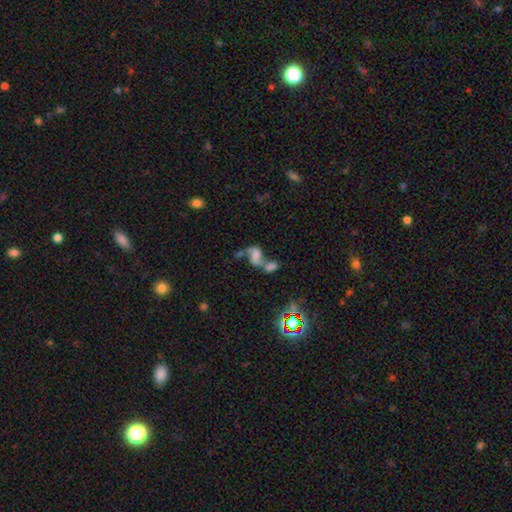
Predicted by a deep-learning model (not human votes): This is possibly a featured or disk galaxy (50%). It is clearly not viewed edge-on (96%). Merging: likely merger (61%).